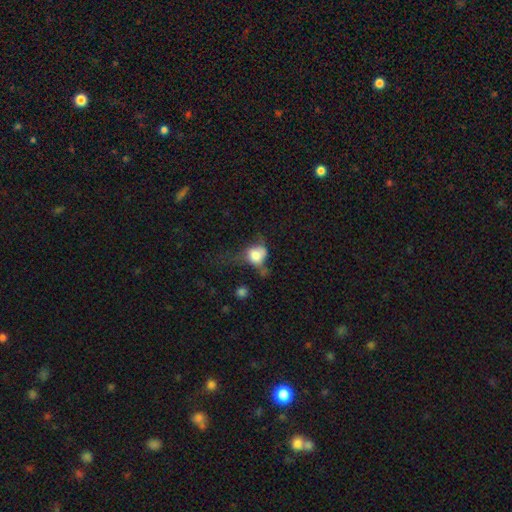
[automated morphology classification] Smooth or featured? Predicted: smooth (p=0.69). How rounded? Predicted: round (p=0.57). Merging? Predicted: major disturbance (p=0.38).